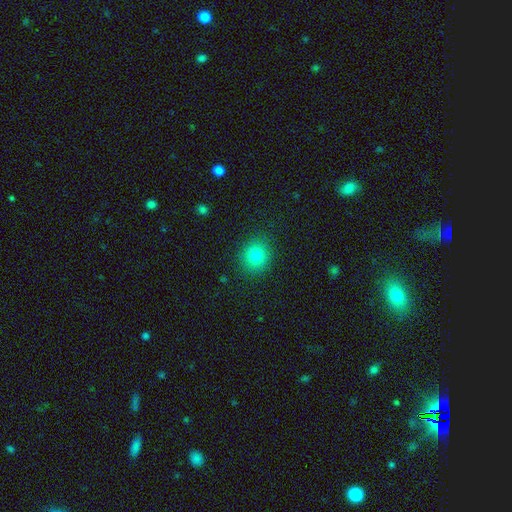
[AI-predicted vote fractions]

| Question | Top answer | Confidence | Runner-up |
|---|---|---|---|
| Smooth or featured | smooth | 82% | star or artifact (11%) |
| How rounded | round | 78% | in between (21%) |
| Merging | none | 88% | minor disturbance (8%) |